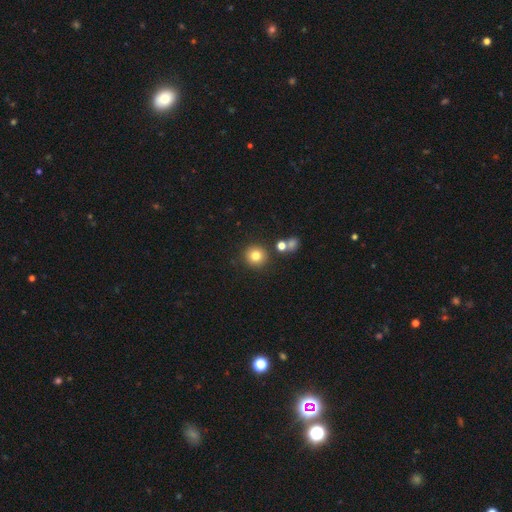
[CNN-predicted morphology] Overall: smooth (80%). How rounded: round (93%). Merging: none (84%).